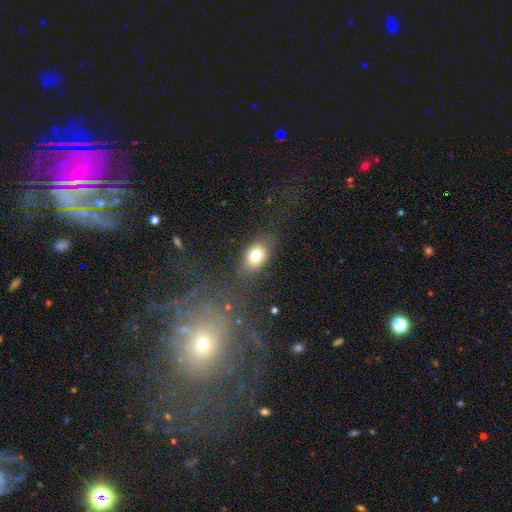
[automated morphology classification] Smooth or featured? smooth (77%)
How rounded? in between (78%)
Merging? none (73%)